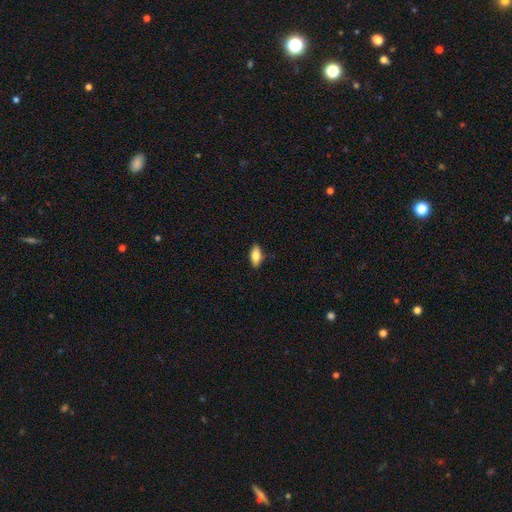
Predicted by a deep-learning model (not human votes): Smooth or featured? smooth (78%)
How rounded? in between (85%)
Merging? none (86%)